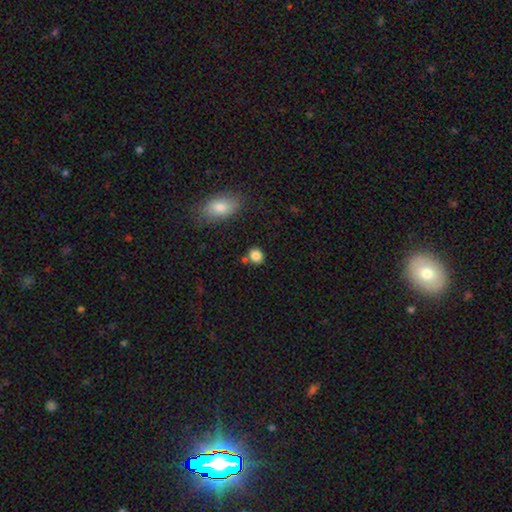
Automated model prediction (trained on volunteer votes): smooth_or_featured: smooth (p=0.85) [alt: star or artifact p=0.10]
how_rounded: round (p=0.76) [alt: in between p=0.23]
merging: none (p=0.74) [alt: minor disturbance p=0.12]